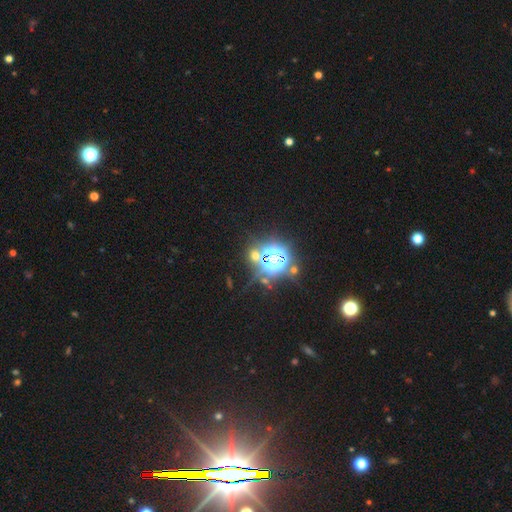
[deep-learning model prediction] Smooth or featured?
  - star or artifact: 60% *
  - smooth: 30%
  - featured or disk: 11%